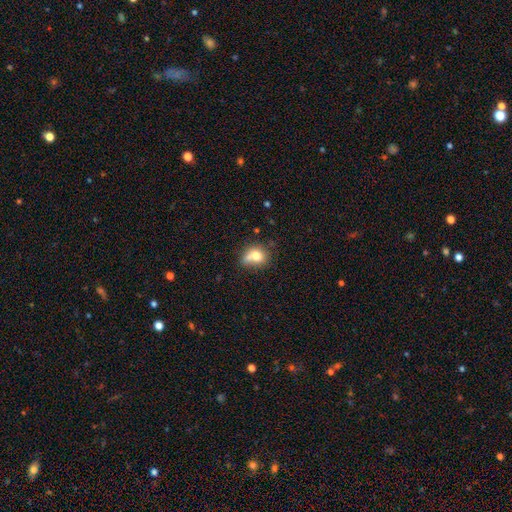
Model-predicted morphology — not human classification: A smooth galaxy with no disk features (74%) that is round (58%).

Vote fractions:
- Smooth or featured? smooth: 74% / featured or disk: 16% / star or artifact: 10%
- How rounded? round: 58% / in between: 41% / cigar-shaped: 1%
- Merging? none: 38% / merger: 26% / minor disturbance: 24% / major disturbance: 12%